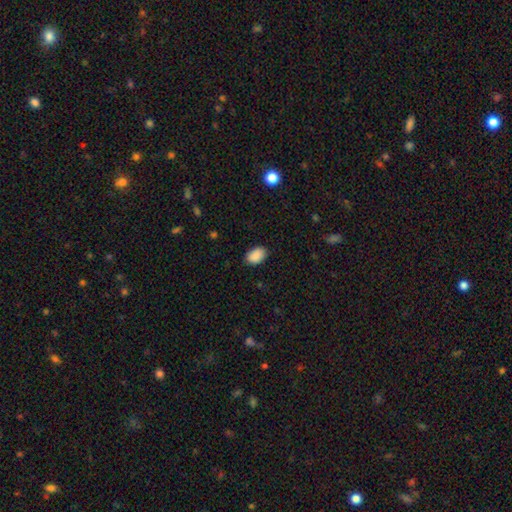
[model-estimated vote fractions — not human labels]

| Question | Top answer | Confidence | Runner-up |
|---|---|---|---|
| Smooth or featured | smooth | 90% | star or artifact (7%) |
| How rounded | in between | 87% | round (12%) |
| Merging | none | 87% | minor disturbance (10%) |